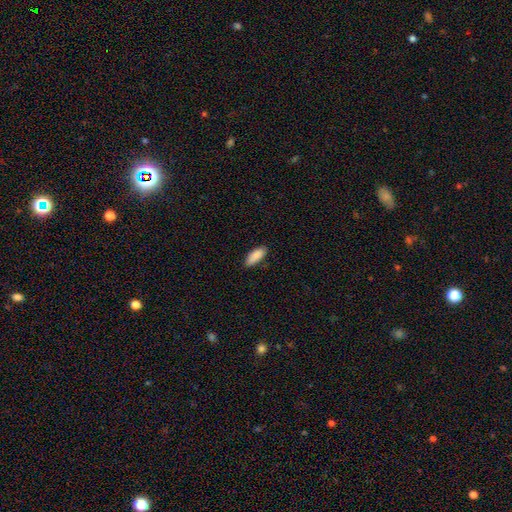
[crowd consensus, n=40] Smooth or featured: smooth — 90% (star or artifact — 8%)
How rounded: in between — 78% (cigar-shaped — 19%)
Merging: none — 73% (minor disturbance — 24%)